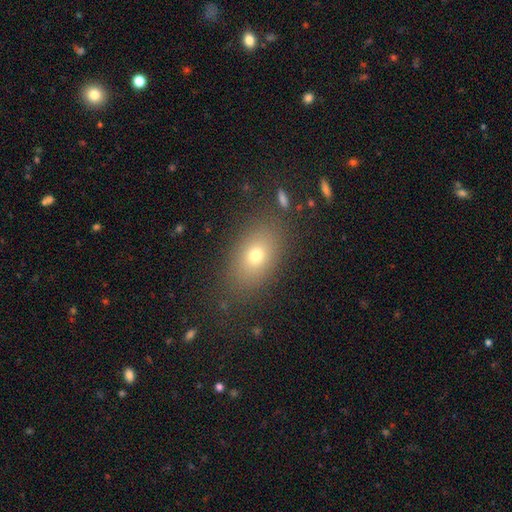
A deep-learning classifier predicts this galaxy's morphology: type=smooth (71%); roundness=in between (80%); merging=none (82%).